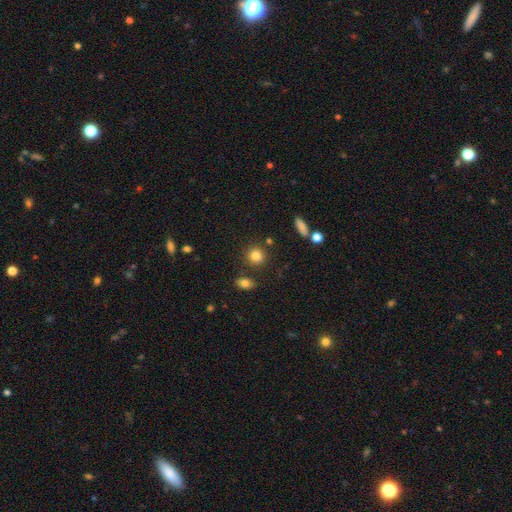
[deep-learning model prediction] smooth 84%, star or artifact 10%, featured or disk 6%. Down the decision tree: how rounded — round (83%); merging — none (82%).